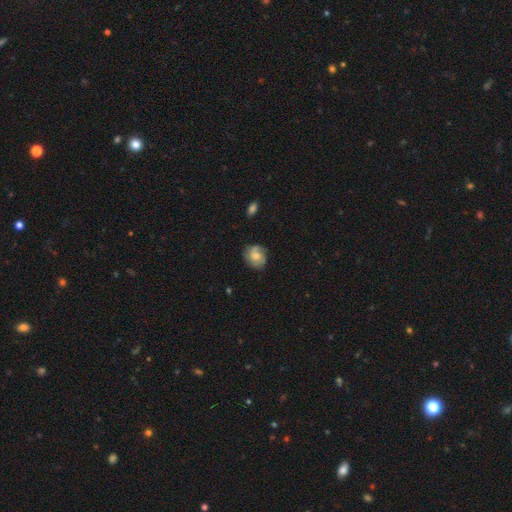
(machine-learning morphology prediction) smooth-or-featured: smooth: 55% | featured or disk: 37% | star or artifact: 8%
  how-rounded: round: 66% | in between: 33% | cigar-shaped: 1%
  merging: none: 70% | minor disturbance: 22% | major disturbance: 6% | merger: 2%